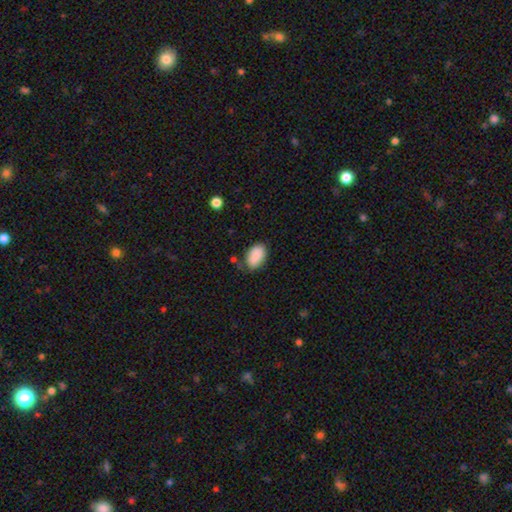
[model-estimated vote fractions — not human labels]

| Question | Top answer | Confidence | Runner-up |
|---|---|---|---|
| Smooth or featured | smooth | 89% | star or artifact (7%) |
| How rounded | in between | 91% | round (7%) |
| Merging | none | 73% | minor disturbance (19%) |